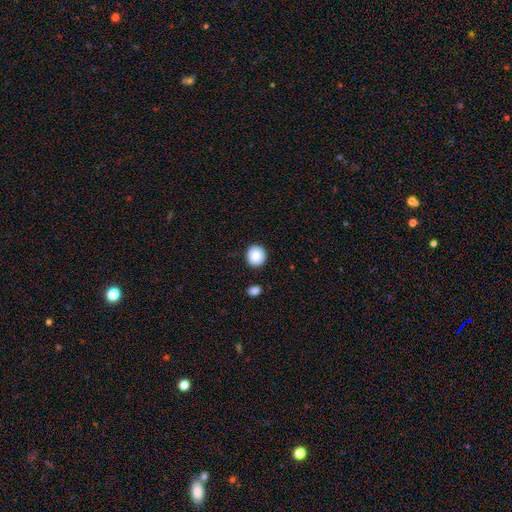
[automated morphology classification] Overall: smooth (86%). How rounded: round (91%). Merging: none (89%).